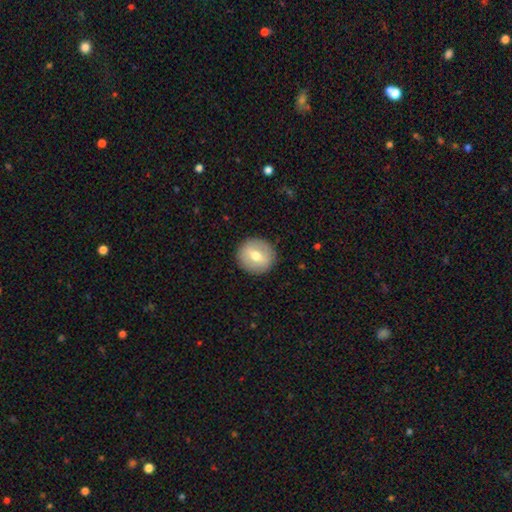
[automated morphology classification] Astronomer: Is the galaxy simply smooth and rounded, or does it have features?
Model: smooth — 59%.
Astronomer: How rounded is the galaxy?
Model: round — 91%.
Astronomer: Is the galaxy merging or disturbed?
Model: none — 90%.